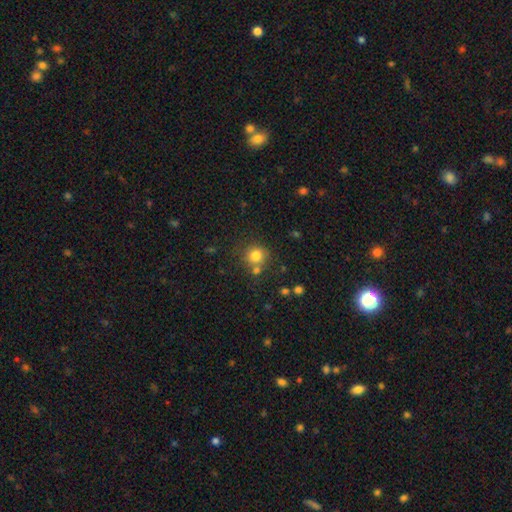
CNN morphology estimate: This is likely a smooth galaxy (80%). How rounded: clearly round (91%). Merging: likely none (68%).